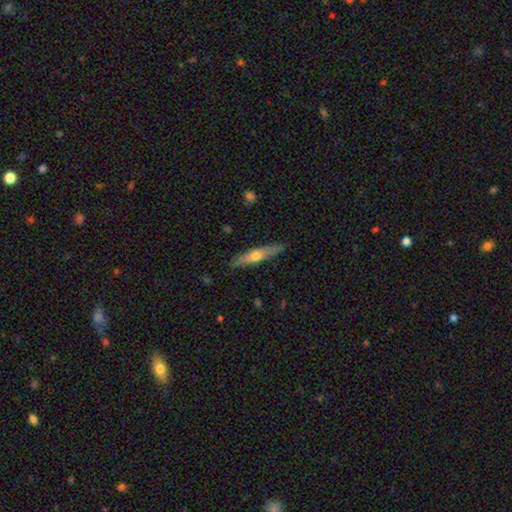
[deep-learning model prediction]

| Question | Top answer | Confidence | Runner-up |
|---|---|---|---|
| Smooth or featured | featured or disk | 49% | smooth (45%) |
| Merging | none | 88% | minor disturbance (9%) |